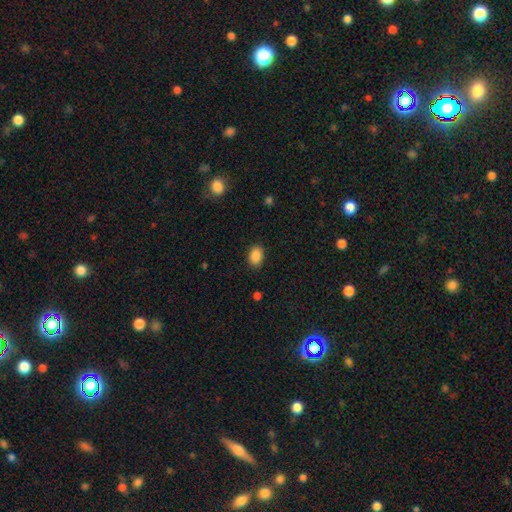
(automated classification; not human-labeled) The model was most divided on "how rounded": in between: 76%, round: 23%, cigar-shaped: 1%. More confident: smooth or featured — smooth (88%); merging — none (88%).